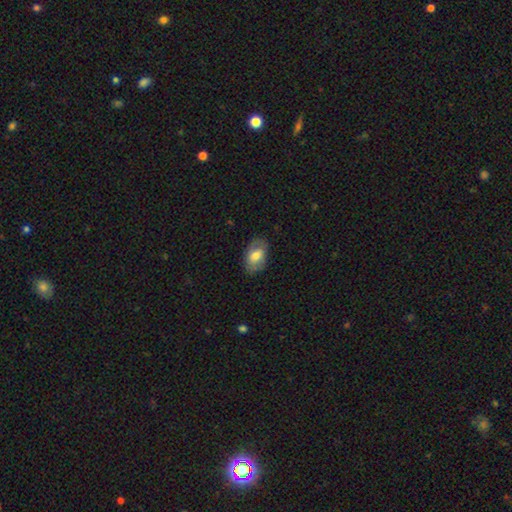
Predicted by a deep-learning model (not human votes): Overall: smooth (66%; featured or disk 28%). How rounded: in between (89%). Merging: none (77%).